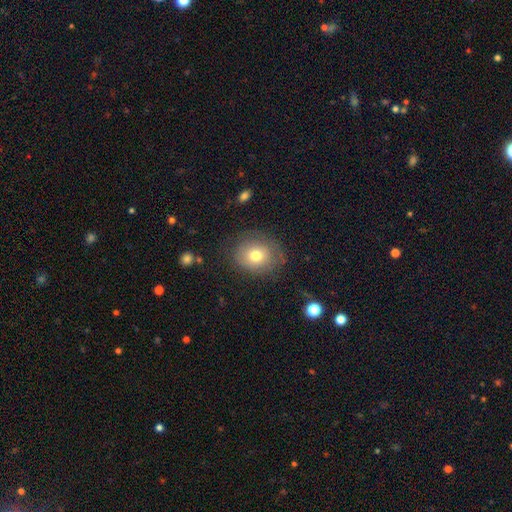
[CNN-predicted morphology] Q: Smooth or featured?
A: smooth (71%); runner-up: featured or disk (18%)
Q: How rounded?
A: round (67%); runner-up: in between (32%)
Q: Merging?
A: none (73%); runner-up: minor disturbance (18%)